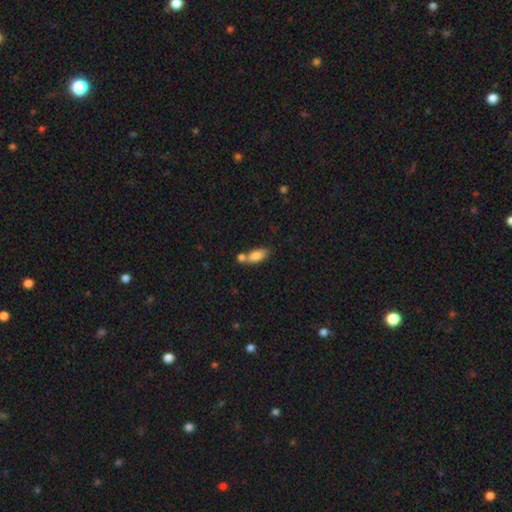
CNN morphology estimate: A smooth galaxy with no disk features (80%) that is in between round and cigar-shaped (82%).

Vote fractions:
- Smooth or featured? smooth: 80% / featured or disk: 12% / star or artifact: 8%
- How rounded? in between: 82% / cigar-shaped: 14% / round: 4%
- Merging? none: 46% / merger: 37% / minor disturbance: 13% / major disturbance: 4%